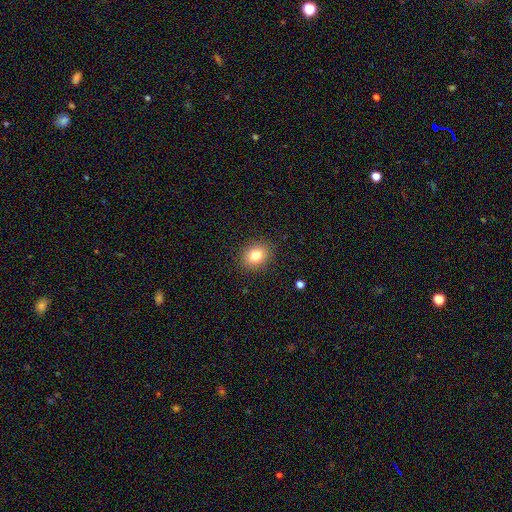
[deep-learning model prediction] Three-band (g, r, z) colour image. It shows a smooth galaxy with no disk features (81%) that is round (59%). Merging: none (88%).